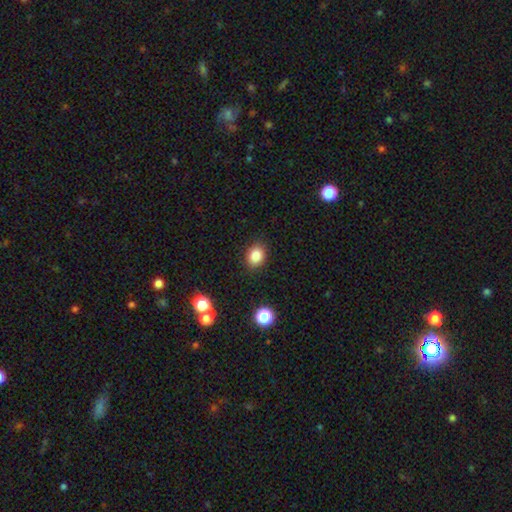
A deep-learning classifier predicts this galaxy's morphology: Smooth or featured? Predicted: smooth (p=0.84). How rounded? Predicted: in between (p=0.53). Merging? Predicted: none (p=0.88).